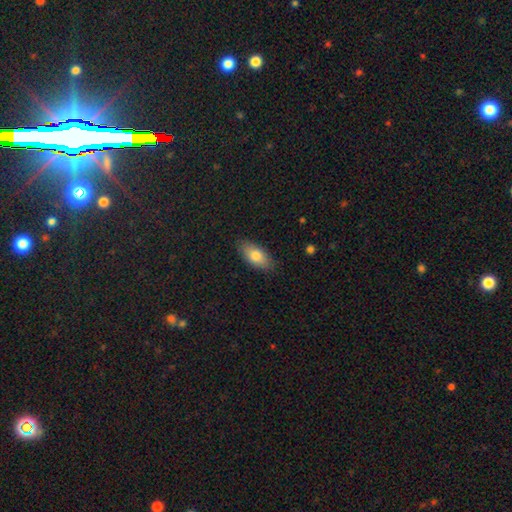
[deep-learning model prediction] This is likely a smooth galaxy (79%). How rounded: clearly in between (89%). Merging: clearly none (85%).